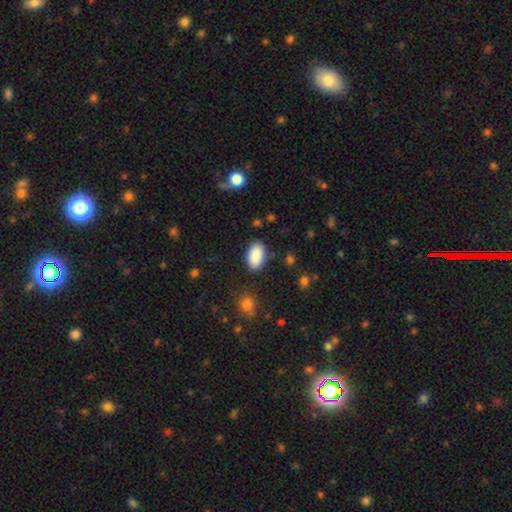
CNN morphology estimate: smooth 90%, star or artifact 7%, featured or disk 4%. Down the decision tree: how rounded — in between (94%); merging — none (85%).